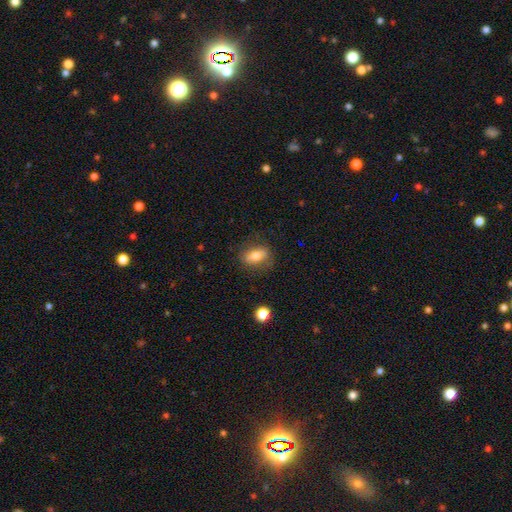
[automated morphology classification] type=smooth (71%); roundness=in between (79%); merging=none (79%).